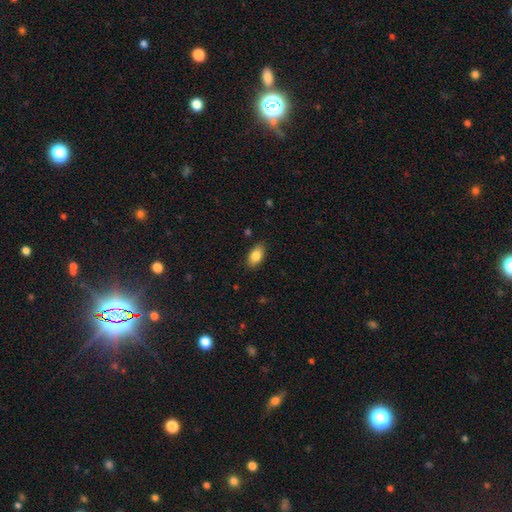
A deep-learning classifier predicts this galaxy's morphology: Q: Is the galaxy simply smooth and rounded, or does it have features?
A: smooth — 85%.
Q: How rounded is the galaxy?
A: in between — 91%.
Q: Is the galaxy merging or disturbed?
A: none — 85%.